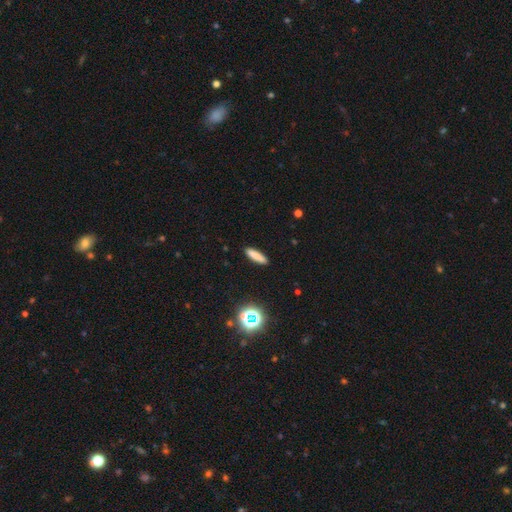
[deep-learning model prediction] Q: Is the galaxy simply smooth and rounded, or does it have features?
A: smooth — 80%.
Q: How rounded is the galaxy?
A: cigar-shaped — 69%.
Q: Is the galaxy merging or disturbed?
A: none — 91%.